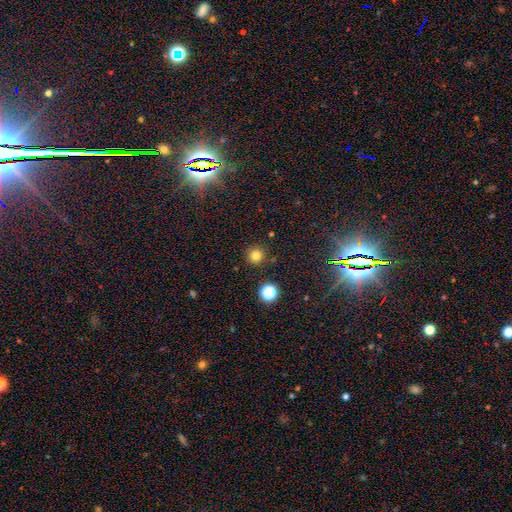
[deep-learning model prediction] smooth-or-featured: smooth: 79% | star or artifact: 16% | featured or disk: 5%
  how-rounded: round: 94% | in between: 5% | cigar-shaped: 1%
  merging: none: 88% | minor disturbance: 7% | merger: 3% | major disturbance: 2%